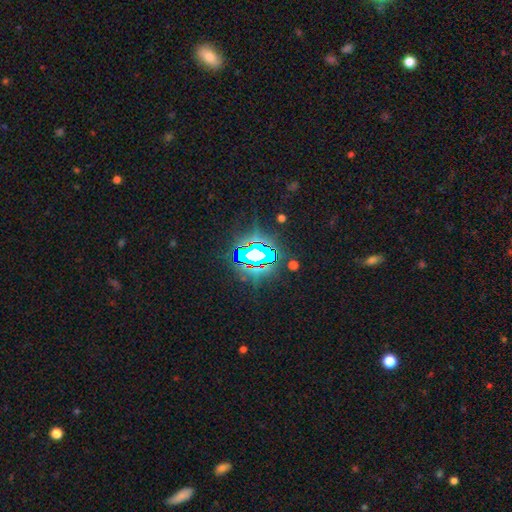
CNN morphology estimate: Smooth or featured? Predicted: star or artifact (p=0.76).